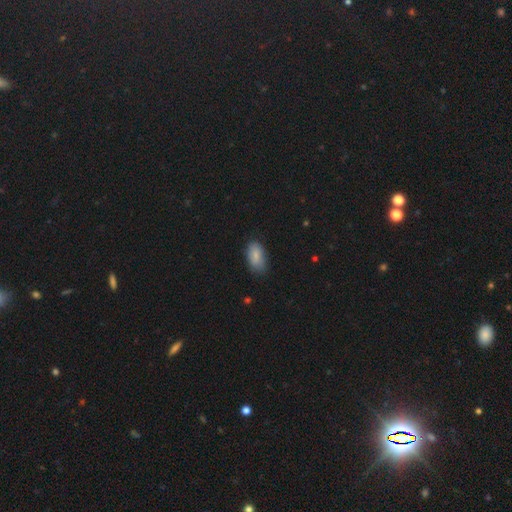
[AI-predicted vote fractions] Smooth or featured? smooth (83%)
How rounded? in between (93%)
Merging? none (73%)